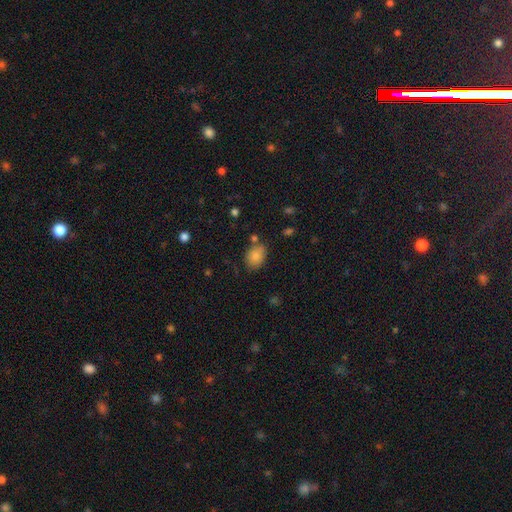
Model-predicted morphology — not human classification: Smooth or featured?
  - smooth: 83% *
  - star or artifact: 9%
  - featured or disk: 8%
How rounded?
  - in between: 70% *
  - round: 29%
  - cigar-shaped: 1%
Merging?
  - none: 72% *
  - minor disturbance: 17%
  - merger: 7%
  - major disturbance: 4%